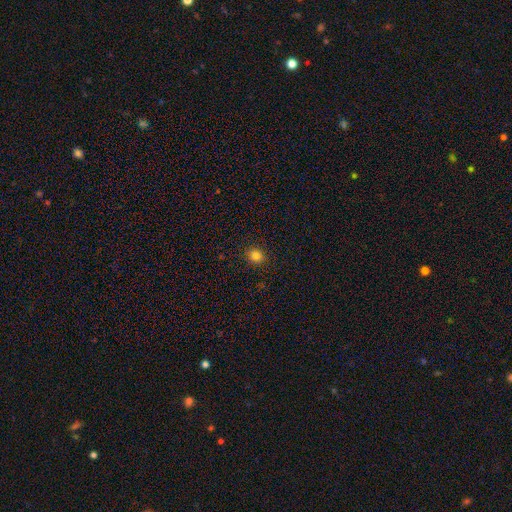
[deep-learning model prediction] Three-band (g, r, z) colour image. It shows a smooth galaxy with no disk features (82%) that is round (81%). Merging: none (90%).